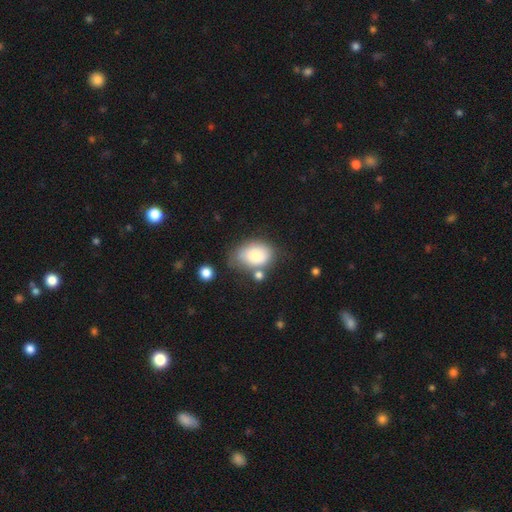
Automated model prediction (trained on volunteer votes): Smooth or featured: smooth — 78% (featured or disk — 14%)
How rounded: in between — 75% (round — 24%)
Merging: none — 50% (minor disturbance — 26%)